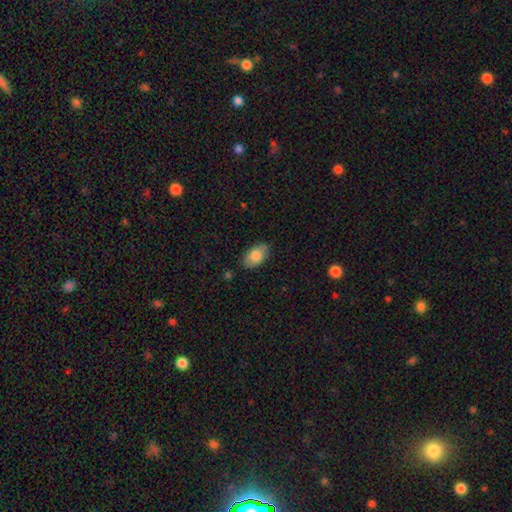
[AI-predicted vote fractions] Smooth or featured: smooth — 81% (featured or disk — 12%)
How rounded: in between — 92% (round — 6%)
Merging: none — 83% (minor disturbance — 13%)